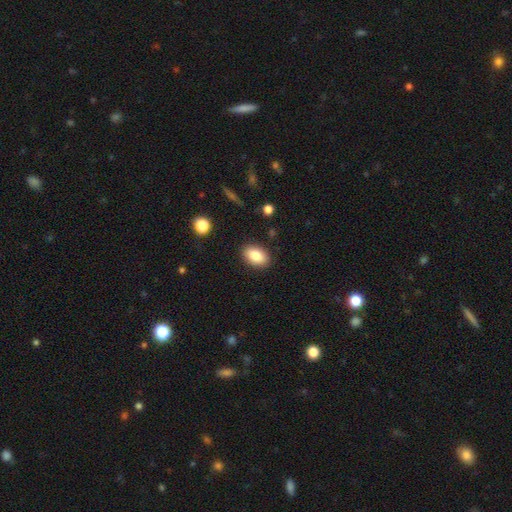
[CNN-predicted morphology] This appears to be a smooth galaxy with no disk features (85%) that is in between round and cigar-shaped (88%). Merging: none (88%).